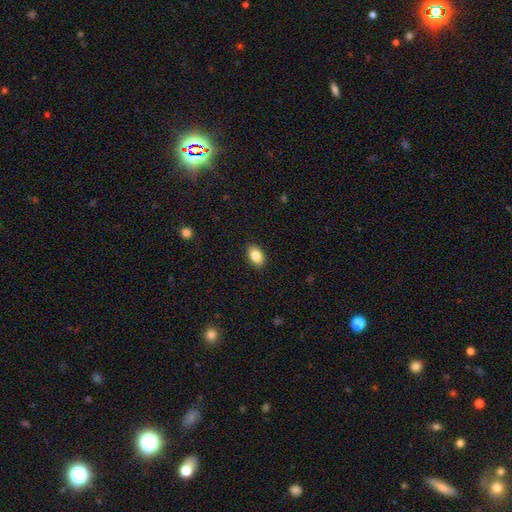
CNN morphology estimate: type=smooth (85%); roundness=in between (89%); merging=none (89%).